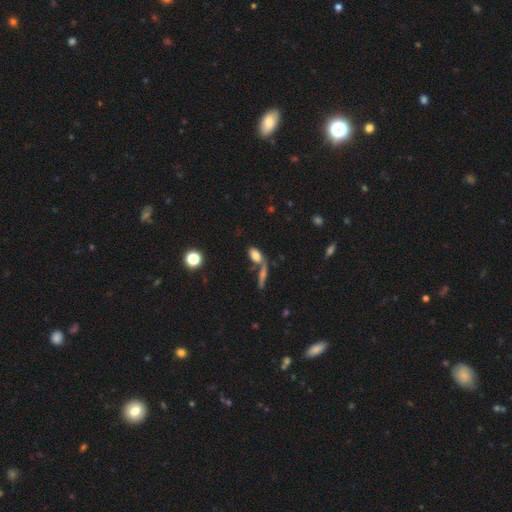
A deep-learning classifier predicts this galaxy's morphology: Q: Smooth or featured?
A: smooth (74%); runner-up: featured or disk (15%)
Q: How rounded?
A: in between (86%); runner-up: cigar-shaped (9%)
Q: Merging?
A: none (49%); runner-up: merger (35%)